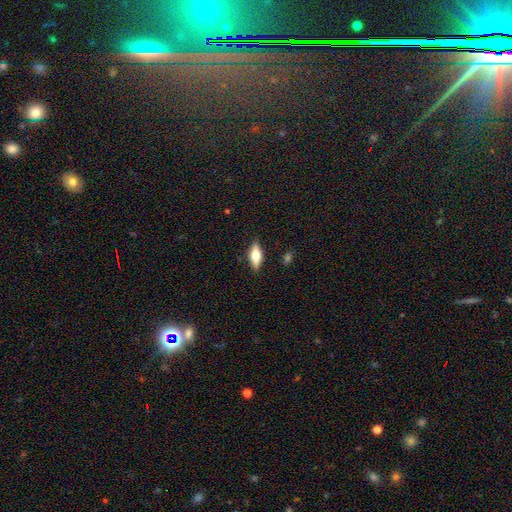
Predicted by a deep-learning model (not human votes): smooth-or-featured: smooth: 51% | featured or disk: 42% | star or artifact: 7%
  how-rounded: in between: 62% | cigar-shaped: 35% | round: 3%
  merging: none: 86% | minor disturbance: 10% | major disturbance: 2% | merger: 1%